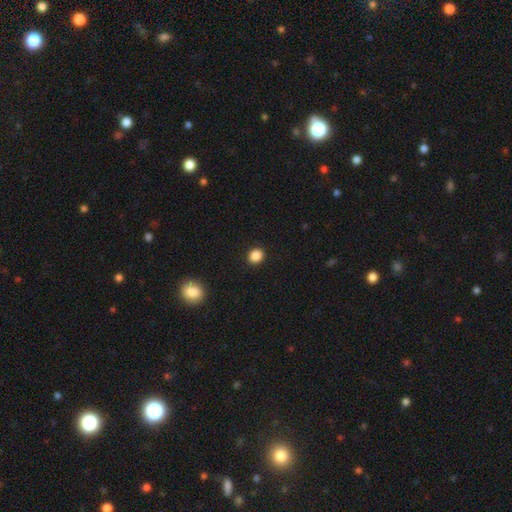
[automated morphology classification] This appears to be a smooth galaxy with no disk features (87%) that is round (68%). Merging: none (92%).